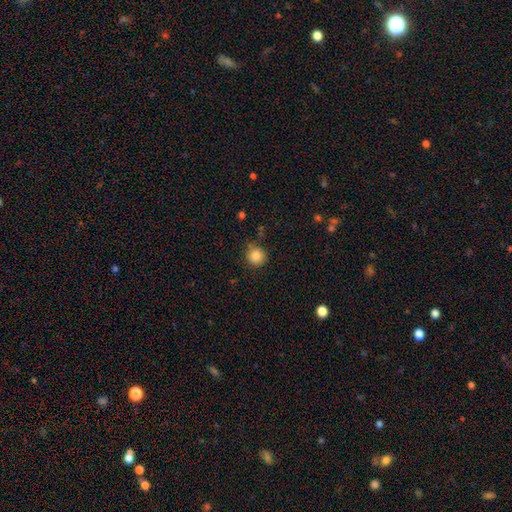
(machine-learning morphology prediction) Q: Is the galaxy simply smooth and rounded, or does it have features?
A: smooth — 86%.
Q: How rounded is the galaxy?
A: round — 92%.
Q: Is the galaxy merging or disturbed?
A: none — 82%.